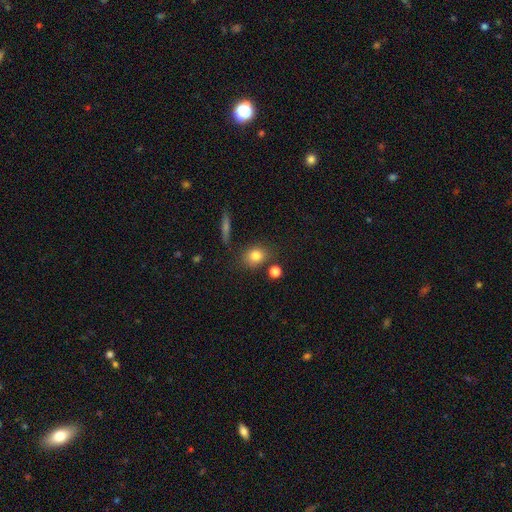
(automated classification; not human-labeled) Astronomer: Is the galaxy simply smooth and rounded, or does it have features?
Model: smooth — 80%.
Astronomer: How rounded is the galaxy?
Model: round — 65%.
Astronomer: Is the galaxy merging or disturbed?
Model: none — 75%.